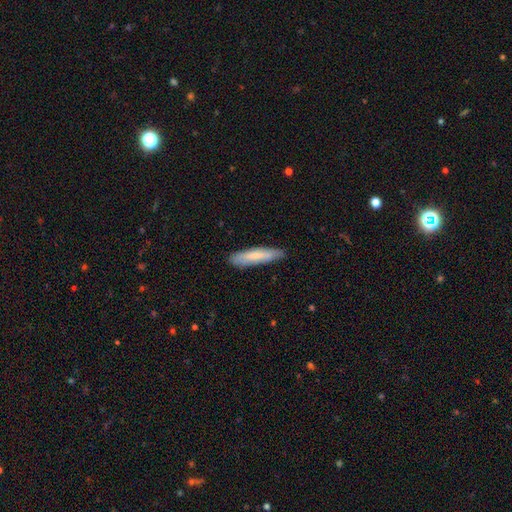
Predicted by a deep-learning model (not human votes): smooth 70%, featured or disk 24%, star or artifact 6%. Down the decision tree: how rounded — cigar-shaped (81%); merging — none (84%).